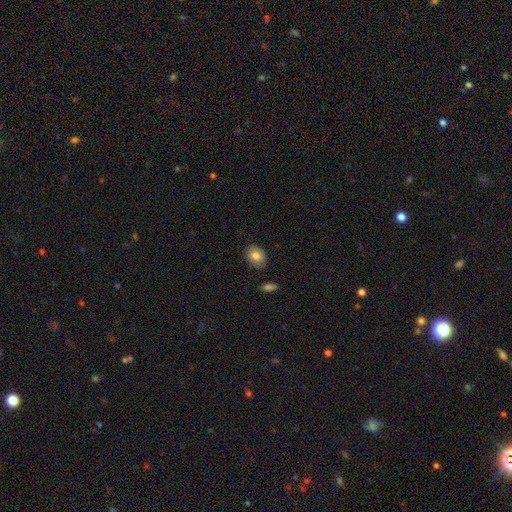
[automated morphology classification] Q: Smooth or featured?
A: smooth (80%); runner-up: featured or disk (12%)
Q: How rounded?
A: in between (66%); runner-up: round (33%)
Q: Merging?
A: none (82%); runner-up: minor disturbance (13%)